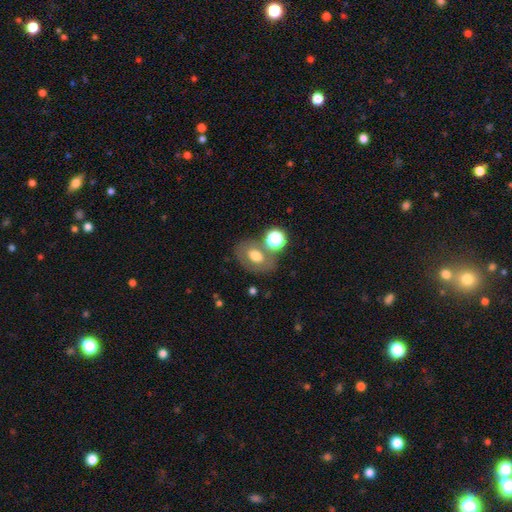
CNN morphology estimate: type=smooth (60%); roundness=in between (72%); merging=none (63%).